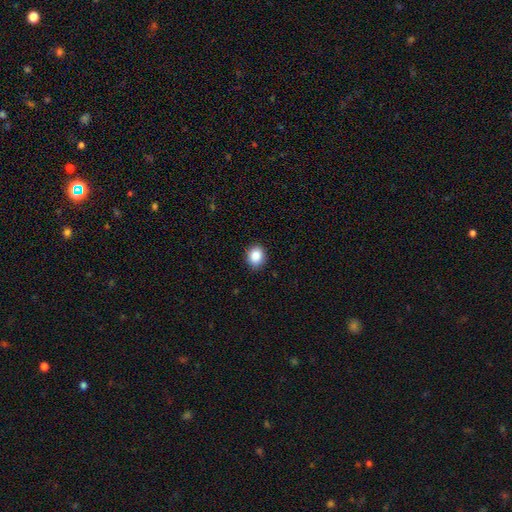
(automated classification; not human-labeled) Smooth or featured? smooth (87%)
How rounded? round (66%)
Merging? none (89%)